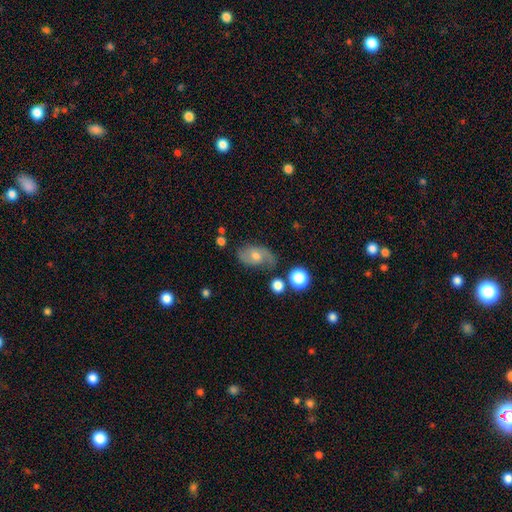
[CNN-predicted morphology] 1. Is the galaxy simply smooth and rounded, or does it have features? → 49% featured or disk, 40% smooth, 10% star or artifact.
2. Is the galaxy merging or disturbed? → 61% none, 24% minor disturbance, 10% major disturbance, 5% merger.